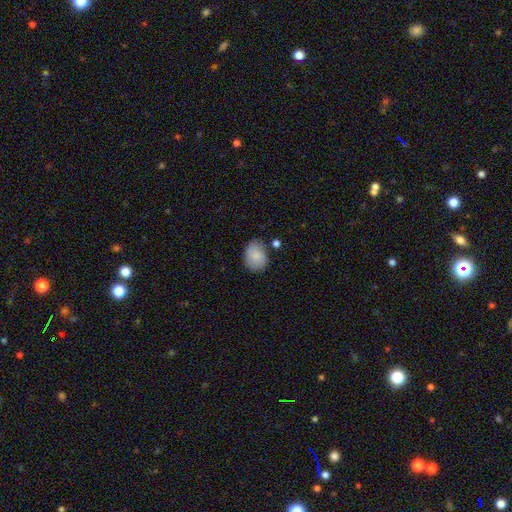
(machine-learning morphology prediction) smooth 85%, featured or disk 8%, star or artifact 7%. Down the decision tree: how rounded — in between (66%); merging — none (75%).